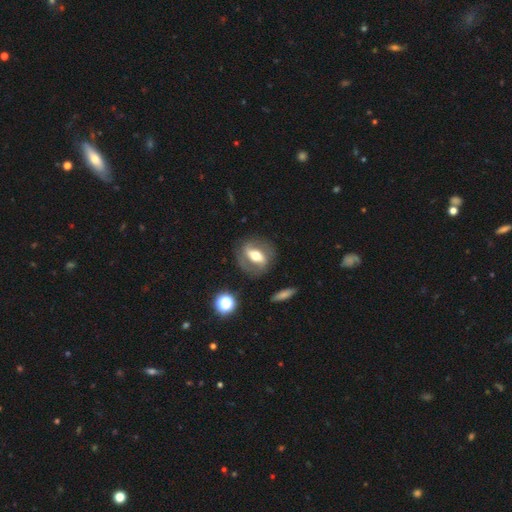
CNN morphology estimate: smooth_or_featured: featured or disk (p=0.71) [alt: smooth p=0.22]
disk_edge_on: no (p=0.89) [alt: yes p=0.11]
bar: strong (p=0.56) [alt: weak p=0.28]
has_spiral_arms: yes (p=0.75) [alt: no p=0.25]
bulge_size: moderate (p=0.66) [alt: large p=0.19]
merging: none (p=0.74) [alt: minor disturbance p=0.15]